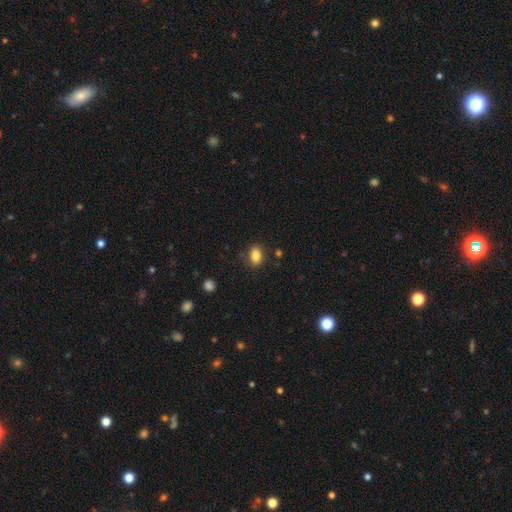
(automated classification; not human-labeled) A smooth galaxy with no disk features (86%) that is in between round and cigar-shaped (76%). Merging: none (84%).